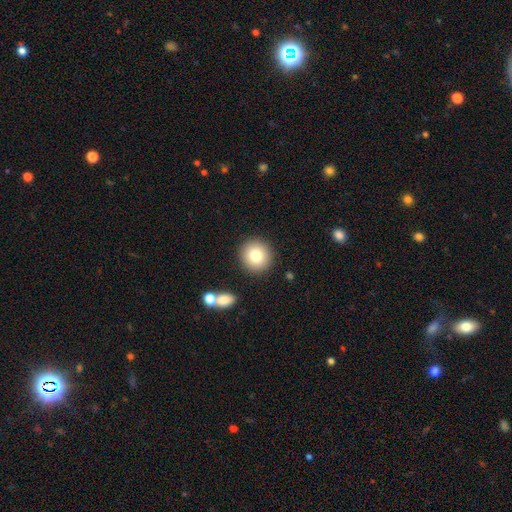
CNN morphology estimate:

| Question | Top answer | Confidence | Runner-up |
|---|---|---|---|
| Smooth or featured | smooth | 80% | featured or disk (11%) |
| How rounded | round | 93% | in between (6%) |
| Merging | none | 88% | minor disturbance (7%) |